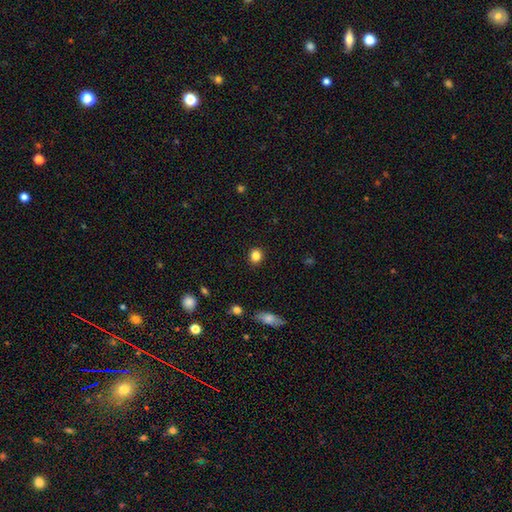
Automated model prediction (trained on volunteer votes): smooth-or-featured: smooth: 84% | star or artifact: 11% | featured or disk: 5%
  how-rounded: round: 81% | in between: 18% | cigar-shaped: 1%
  merging: none: 91% | minor disturbance: 6% | major disturbance: 2% | merger: 1%